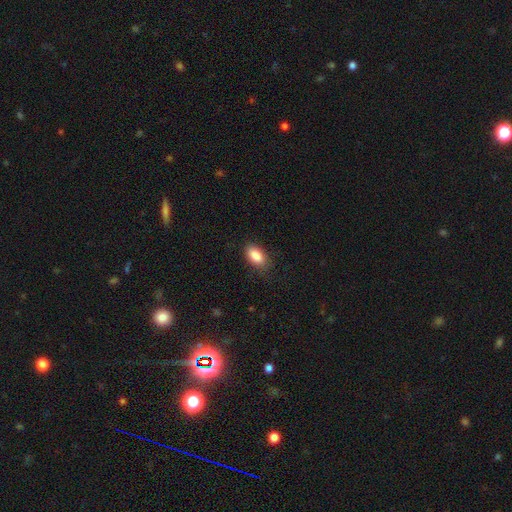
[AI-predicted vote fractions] smooth-or-featured: smooth: 88% | star or artifact: 7% | featured or disk: 4%
  how-rounded: in between: 92% | round: 5% | cigar-shaped: 3%
  merging: none: 81% | minor disturbance: 15% | major disturbance: 4% | merger: 1%